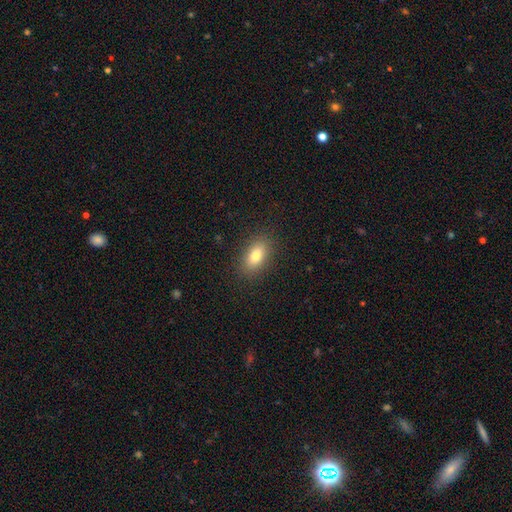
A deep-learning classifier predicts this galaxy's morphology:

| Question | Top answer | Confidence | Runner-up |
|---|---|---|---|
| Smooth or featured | smooth | 79% | featured or disk (12%) |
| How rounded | in between | 85% | round (10%) |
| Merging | none | 88% | minor disturbance (9%) |